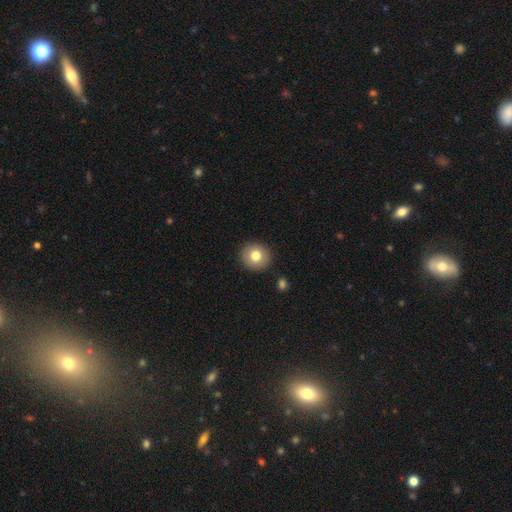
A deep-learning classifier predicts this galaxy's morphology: Smooth or featured? smooth (79%)
How rounded? round (88%)
Merging? none (90%)